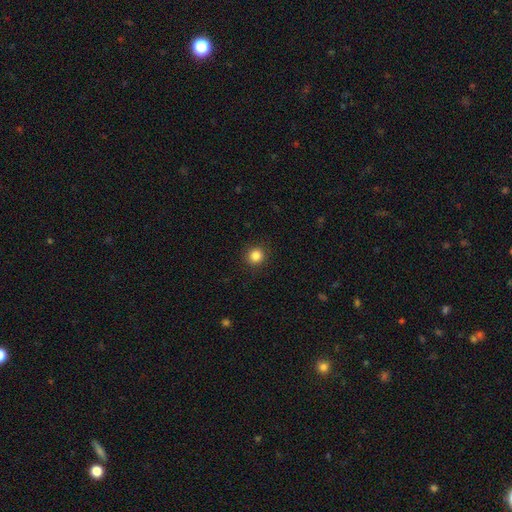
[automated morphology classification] Overall: smooth (85%). How rounded: round (94%). Merging: none (91%).